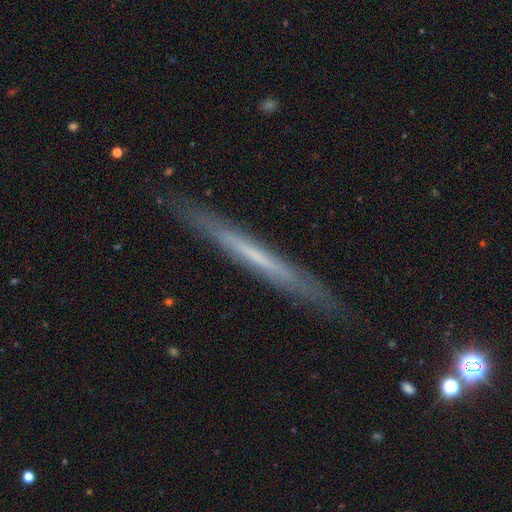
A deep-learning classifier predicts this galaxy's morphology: The model was most divided on "smooth or featured": featured or disk: 57%, smooth: 36%, star or artifact: 7%. More confident: edge-on disk — yes (94%); edge-on bulge — none (89%); merging — none (87%).